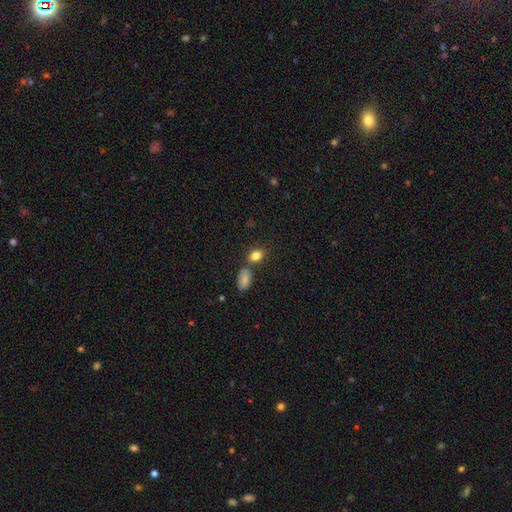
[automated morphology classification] Smooth or featured: smooth — 84% (star or artifact — 10%)
How rounded: in between — 74% (round — 24%)
Merging: none — 64% (merger — 19%)